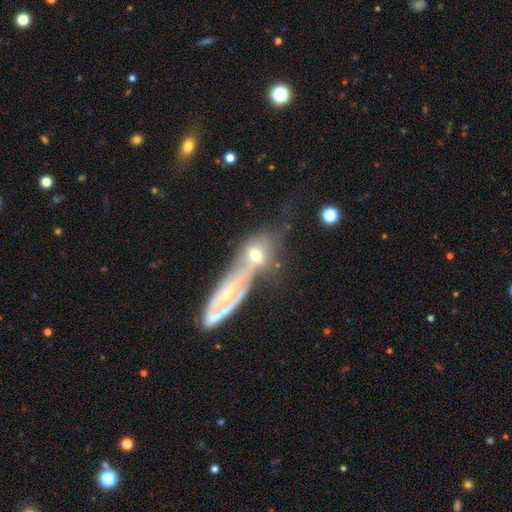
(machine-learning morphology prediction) smooth 46%, featured or disk 42%, star or artifact 12%. Down the decision tree: merging — merger (53%).